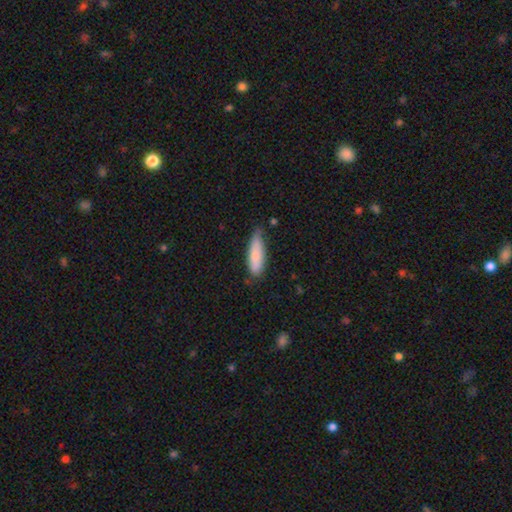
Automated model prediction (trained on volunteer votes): Smooth or featured? Predicted: smooth (p=0.79). How rounded? Predicted: cigar-shaped (p=0.54). Merging? Predicted: none (p=0.60).